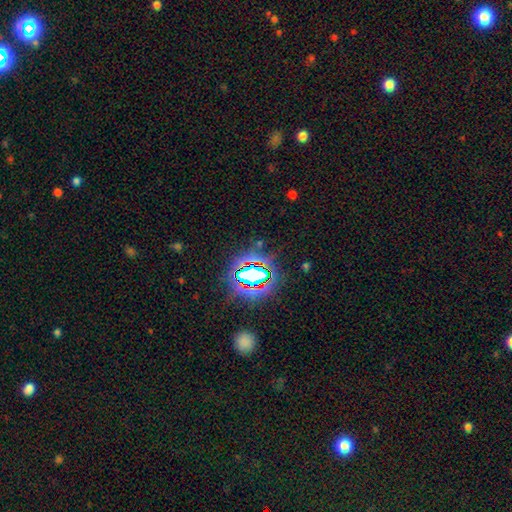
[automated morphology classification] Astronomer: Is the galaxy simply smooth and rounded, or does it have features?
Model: star or artifact — 79%.